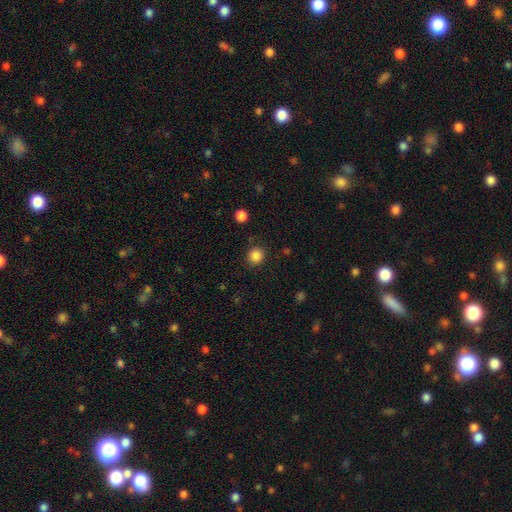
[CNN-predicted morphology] The model was most divided on "smooth or featured": smooth: 86%, star or artifact: 11%, featured or disk: 3%. More confident: how rounded — round (89%); merging — none (86%).